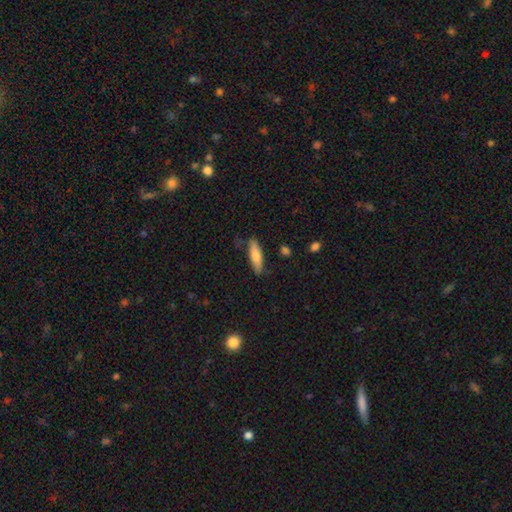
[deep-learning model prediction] Q: Smooth or featured?
A: smooth (70%); runner-up: featured or disk (24%)
Q: How rounded?
A: cigar-shaped (66%); runner-up: in between (32%)
Q: Merging?
A: none (80%); runner-up: minor disturbance (15%)